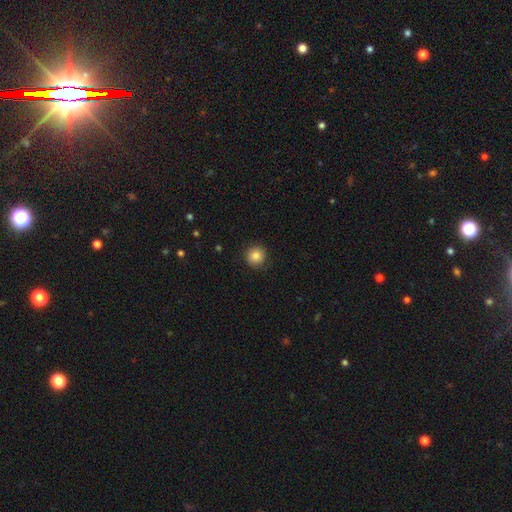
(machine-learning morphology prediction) Q: Smooth or featured?
A: smooth (83%); runner-up: star or artifact (9%)
Q: How rounded?
A: round (93%); runner-up: in between (6%)
Q: Merging?
A: none (83%); runner-up: minor disturbance (12%)